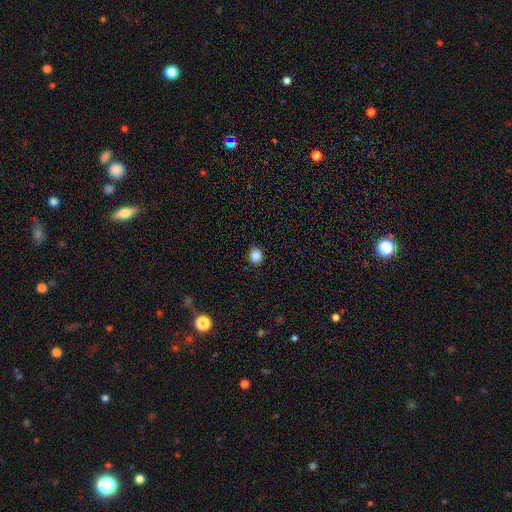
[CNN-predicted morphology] Smooth or featured?
  - smooth: 86% *
  - star or artifact: 11%
  - featured or disk: 3%
How rounded?
  - round: 78% *
  - in between: 21%
  - cigar-shaped: 1%
Merging?
  - none: 88% *
  - minor disturbance: 9%
  - major disturbance: 2%
  - merger: 1%